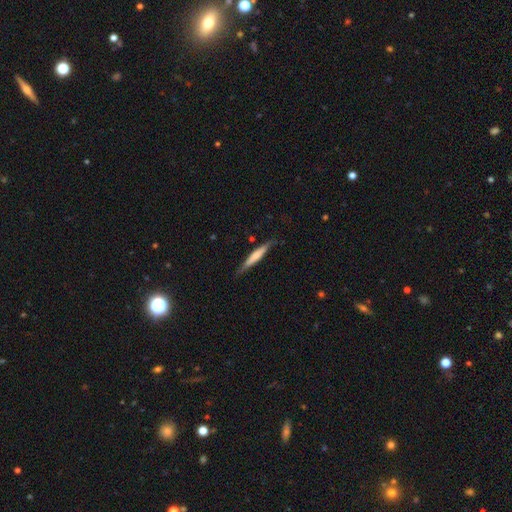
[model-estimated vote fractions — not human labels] A smooth galaxy with no disk features (54%) that is cigar-shaped (93%).

Vote fractions:
- Smooth or featured? smooth: 54% / featured or disk: 40% / star or artifact: 5%
- How rounded? cigar-shaped: 93% / in between: 6% / round: 1%
- Merging? none: 79% / minor disturbance: 16% / major disturbance: 3% / merger: 2%